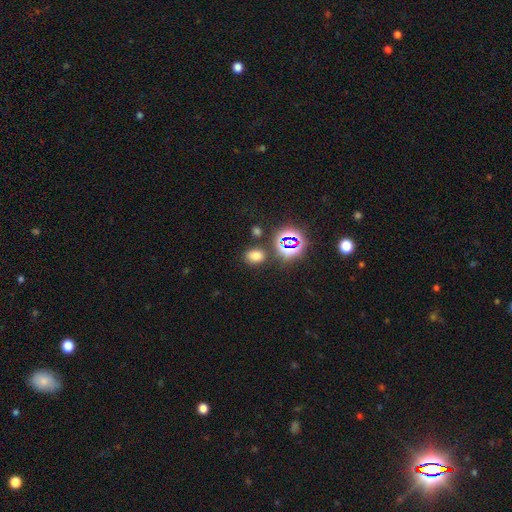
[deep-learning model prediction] Smooth or featured: smooth — 67% (star or artifact — 26%)
How rounded: in between — 63% (round — 36%)
Merging: none — 80% (minor disturbance — 10%)